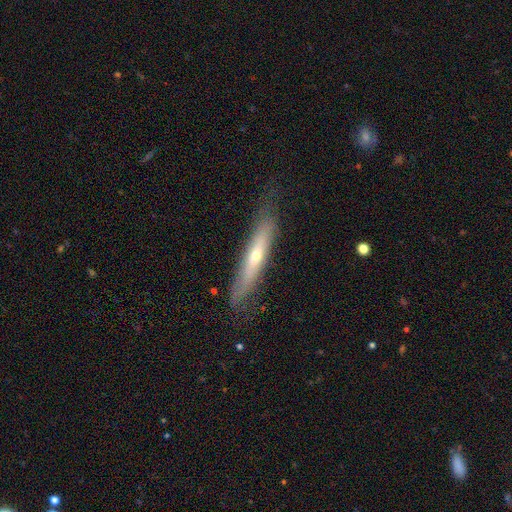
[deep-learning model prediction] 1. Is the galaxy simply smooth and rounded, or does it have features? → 51% featured or disk, 42% smooth, 7% star or artifact.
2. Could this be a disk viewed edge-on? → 75% yes, 25% no.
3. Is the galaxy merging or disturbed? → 75% none, 17% minor disturbance, 6% major disturbance, 1% merger.